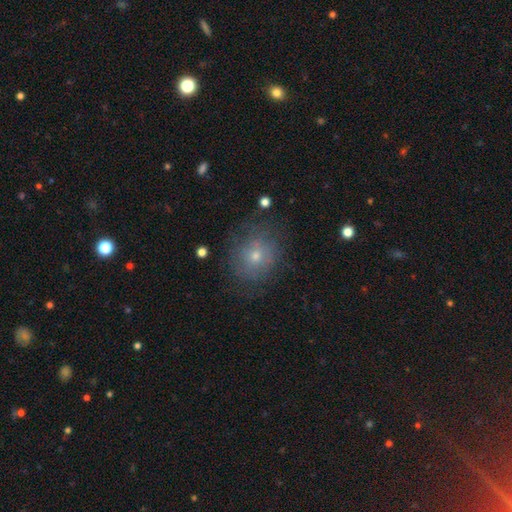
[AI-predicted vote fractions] Smooth or featured? Predicted: smooth (p=0.61). How rounded? Predicted: round (p=0.79). Merging? Predicted: none (p=0.71).